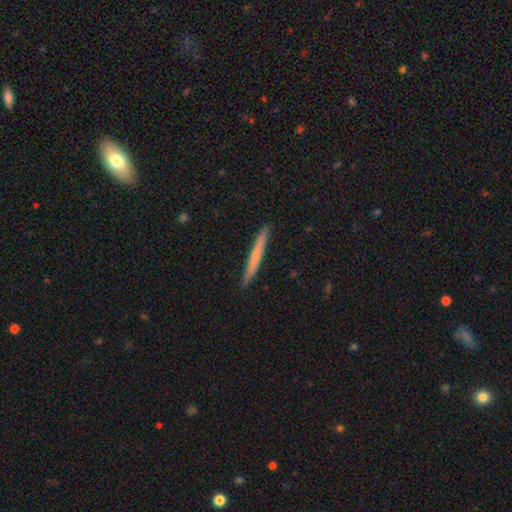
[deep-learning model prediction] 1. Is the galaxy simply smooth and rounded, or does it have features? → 62% smooth, 33% featured or disk, 5% star or artifact.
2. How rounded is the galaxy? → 97% cigar-shaped, 2% in between, 1% round.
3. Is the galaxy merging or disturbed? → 92% none, 6% minor disturbance, 1% major disturbance, 1% merger.